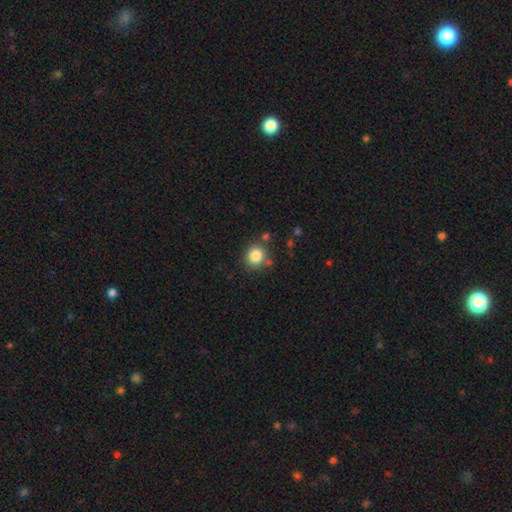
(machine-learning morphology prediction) Smooth or featured? smooth (85%)
How rounded? round (85%)
Merging? none (78%)